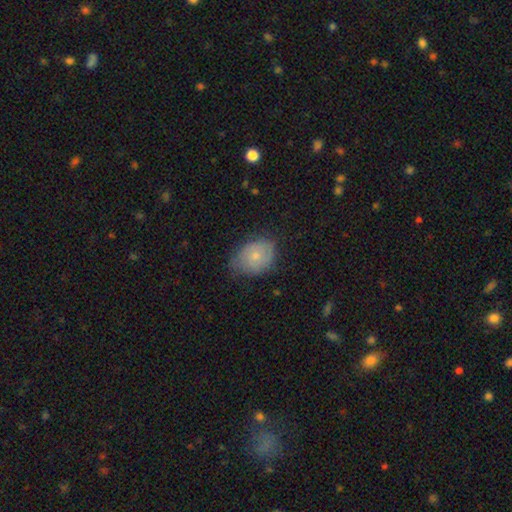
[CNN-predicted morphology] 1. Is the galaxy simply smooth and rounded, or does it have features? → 69% smooth, 24% featured or disk, 7% star or artifact.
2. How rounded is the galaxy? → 64% in between, 35% round, 1% cigar-shaped.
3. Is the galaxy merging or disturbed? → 61% none, 31% minor disturbance, 7% major disturbance, 1% merger.